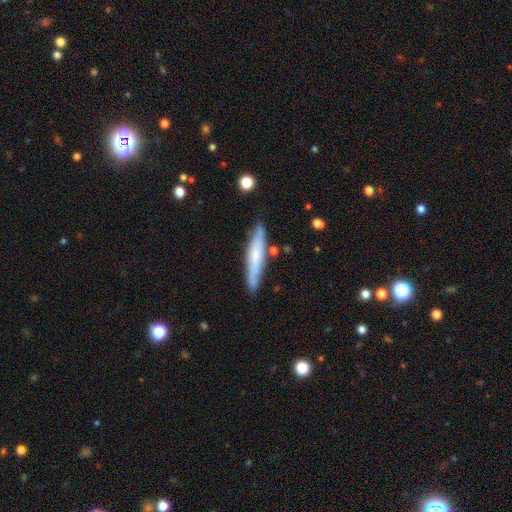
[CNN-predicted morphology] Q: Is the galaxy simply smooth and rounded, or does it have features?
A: smooth — 55%.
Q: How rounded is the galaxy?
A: cigar-shaped — 90%.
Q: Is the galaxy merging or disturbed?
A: none — 80%.